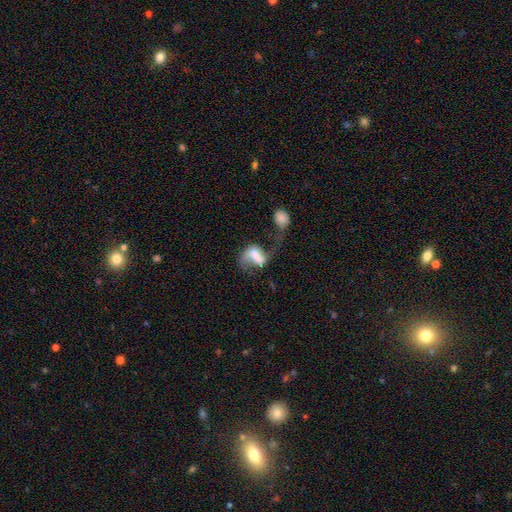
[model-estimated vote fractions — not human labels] Smooth or featured? Predicted: featured or disk (p=0.64). Edge-on disk? Predicted: no (p=0.96). Bar? Predicted: weak (p=0.36). Spiral arms? Predicted: yes (p=0.77). Bulge size? Predicted: moderate (p=0.34). Merging? Predicted: merger (p=0.37).